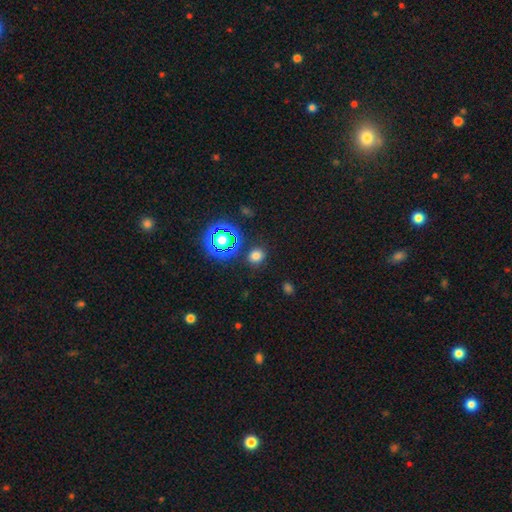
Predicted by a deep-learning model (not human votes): Smooth or featured? Predicted: smooth (p=0.71). How rounded? Predicted: round (p=0.74). Merging? Predicted: none (p=0.86).